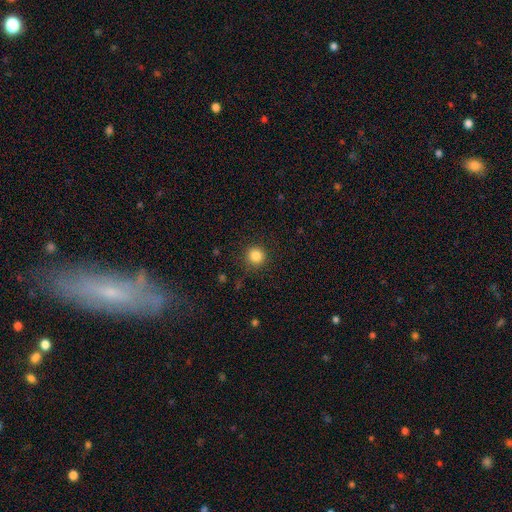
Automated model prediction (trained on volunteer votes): This appears to be a smooth galaxy with no disk features (85%) that is round (94%). Merging: none (88%).